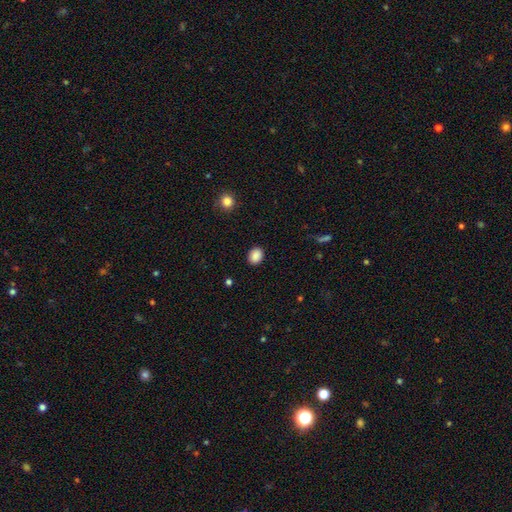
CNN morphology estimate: smooth 88%, star or artifact 9%, featured or disk 3%. Down the decision tree: how rounded — round (50%); merging — none (90%).